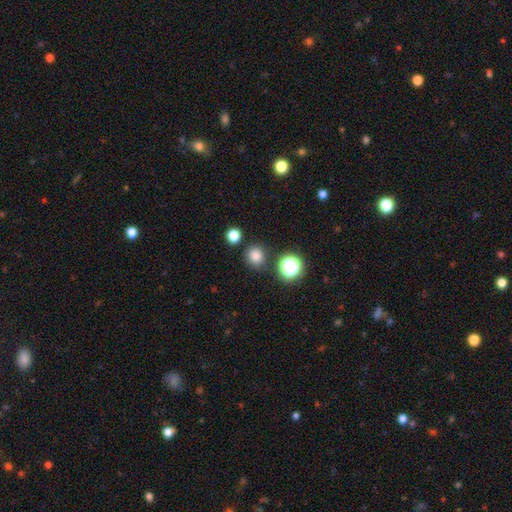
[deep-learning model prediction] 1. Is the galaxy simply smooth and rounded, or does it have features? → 79% smooth, 16% star or artifact, 4% featured or disk.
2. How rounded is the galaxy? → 88% round, 11% in between, 1% cigar-shaped.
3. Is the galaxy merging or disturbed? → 83% none, 8% minor disturbance, 5% merger, 3% major disturbance.